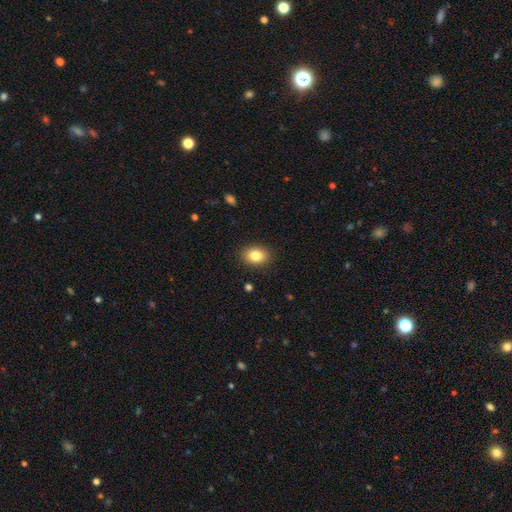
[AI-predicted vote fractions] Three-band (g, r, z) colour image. It shows a smooth galaxy with no disk features (84%) that is in between round and cigar-shaped (71%). Merging: none (88%).